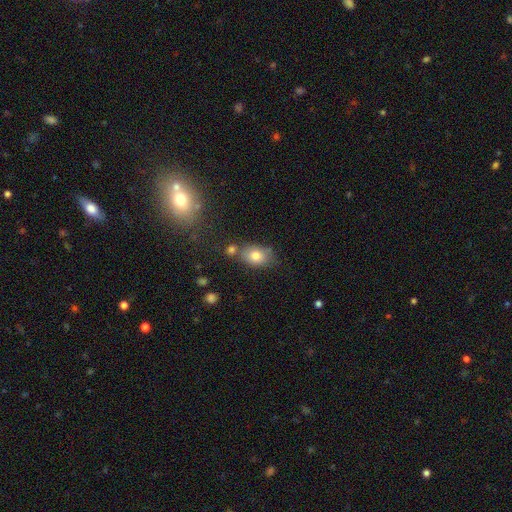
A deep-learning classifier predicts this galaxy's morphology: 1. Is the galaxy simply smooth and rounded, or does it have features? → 78% smooth, 12% featured or disk, 10% star or artifact.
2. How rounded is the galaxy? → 76% in between, 23% round, 1% cigar-shaped.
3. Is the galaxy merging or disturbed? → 64% none, 16% minor disturbance, 15% merger, 5% major disturbance.